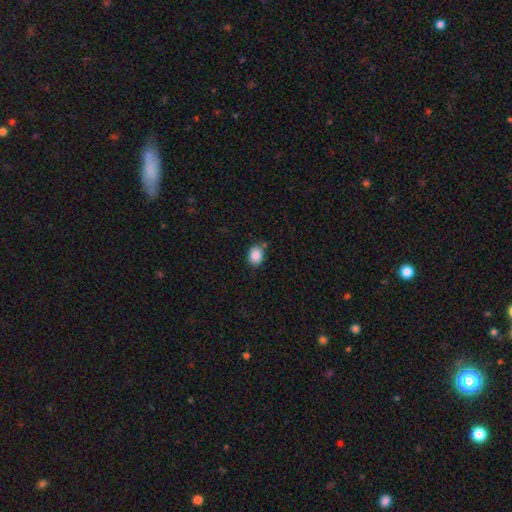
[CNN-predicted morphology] Smooth or featured: smooth — 87% (star or artifact — 9%)
How rounded: in between — 54% (round — 45%)
Merging: none — 73% (minor disturbance — 17%)